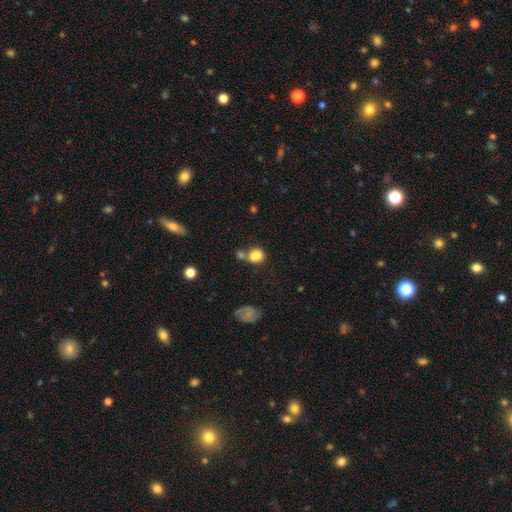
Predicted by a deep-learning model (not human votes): This appears to be a smooth galaxy with no disk features (82%) that is round (67%). Merging: none (45%).